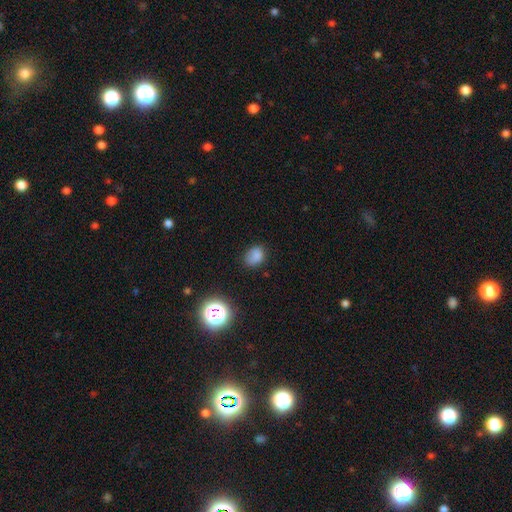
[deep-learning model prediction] A smooth galaxy with no disk features (78%) that is in between round and cigar-shaped (60%).

Vote fractions:
- Smooth or featured? smooth: 78% / star or artifact: 15% / featured or disk: 7%
- How rounded? in between: 60% / round: 39% / cigar-shaped: 1%
- Merging? none: 69% / minor disturbance: 23% / major disturbance: 6% / merger: 2%